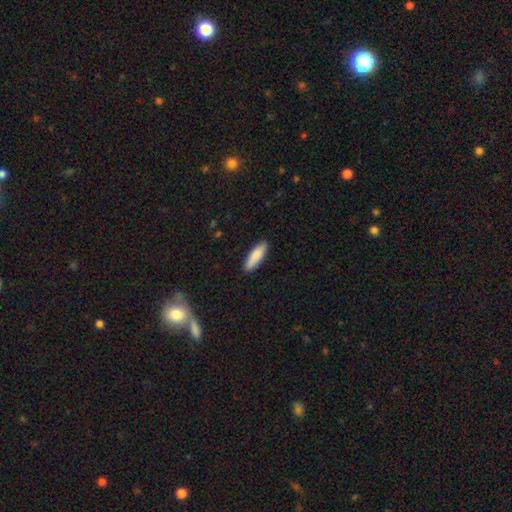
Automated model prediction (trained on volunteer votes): This is clearly a smooth galaxy (84%). How rounded: possibly cigar-shaped (58%). Merging: clearly none (90%).